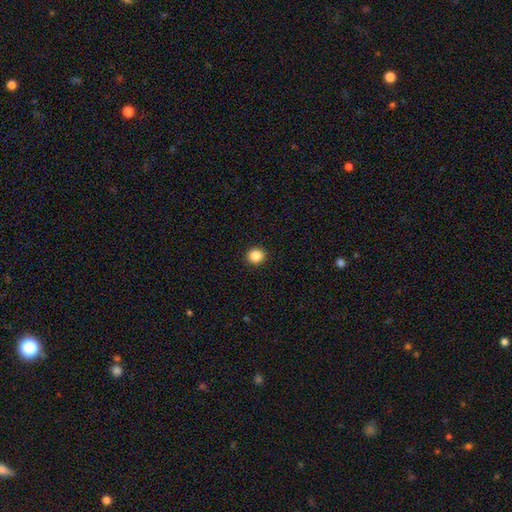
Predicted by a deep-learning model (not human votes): Smooth or featured? Predicted: smooth (p=0.87). How rounded? Predicted: round (p=0.85). Merging? Predicted: none (p=0.92).